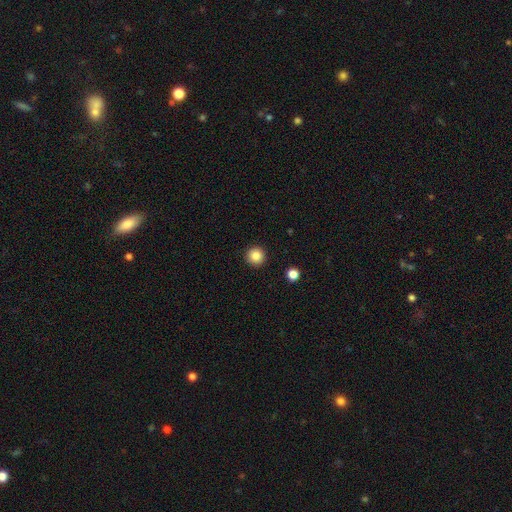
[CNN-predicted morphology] Smooth or featured: smooth — 85% (star or artifact — 10%)
How rounded: round — 96% (in between — 3%)
Merging: none — 93% (minor disturbance — 4%)